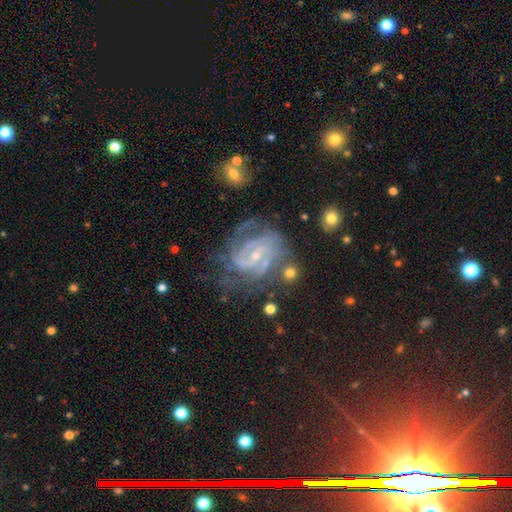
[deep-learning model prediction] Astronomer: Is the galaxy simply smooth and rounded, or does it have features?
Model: featured or disk — 85%.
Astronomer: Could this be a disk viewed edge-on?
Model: no — 97%.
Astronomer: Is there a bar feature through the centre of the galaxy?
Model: weak — 44% (runner-up: no, 40%).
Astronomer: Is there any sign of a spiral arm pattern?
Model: yes — 93%.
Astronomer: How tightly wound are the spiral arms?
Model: tight — 53% (runner-up: medium, 37%).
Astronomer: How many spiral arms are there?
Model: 2 — 34% (runner-up: can't tell, 30%).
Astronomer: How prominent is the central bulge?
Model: small — 69%.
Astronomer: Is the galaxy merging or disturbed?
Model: none — 51%.